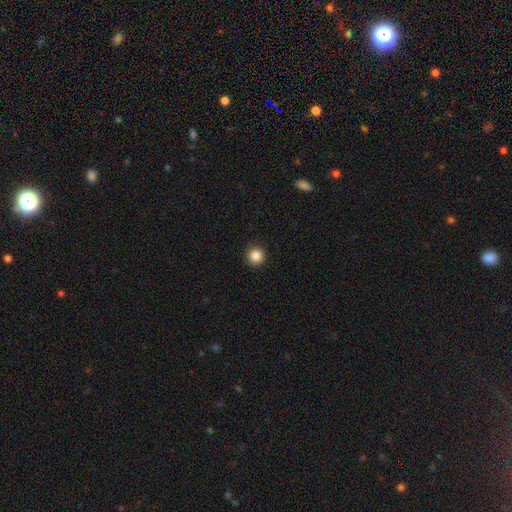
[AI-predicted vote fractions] This appears to be a smooth galaxy with no disk features (86%) that is round (96%). Merging: none (93%).